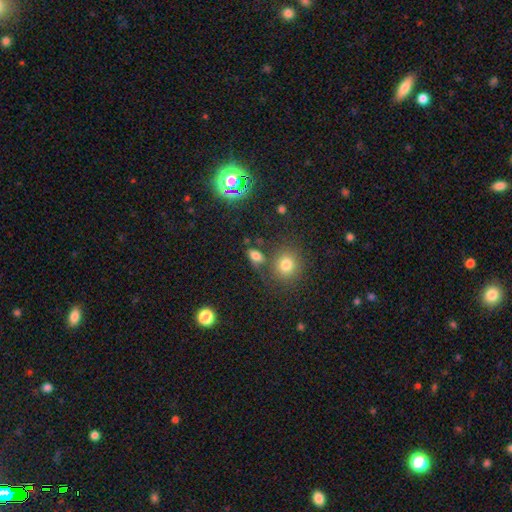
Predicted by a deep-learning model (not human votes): A smooth galaxy with no disk features (74%) that is in between round and cigar-shaped (77%).

Vote fractions:
- Smooth or featured? smooth: 74% / star or artifact: 18% / featured or disk: 8%
- How rounded? in between: 77% / round: 19% / cigar-shaped: 4%
- Merging? none: 66% / minor disturbance: 15% / merger: 13% / major disturbance: 6%